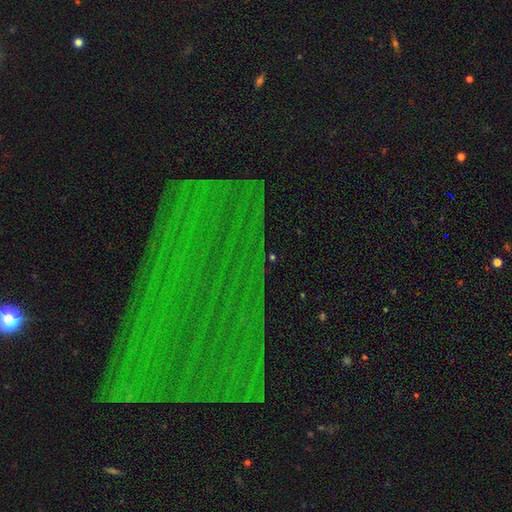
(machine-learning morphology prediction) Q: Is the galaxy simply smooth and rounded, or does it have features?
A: star or artifact — 74%.